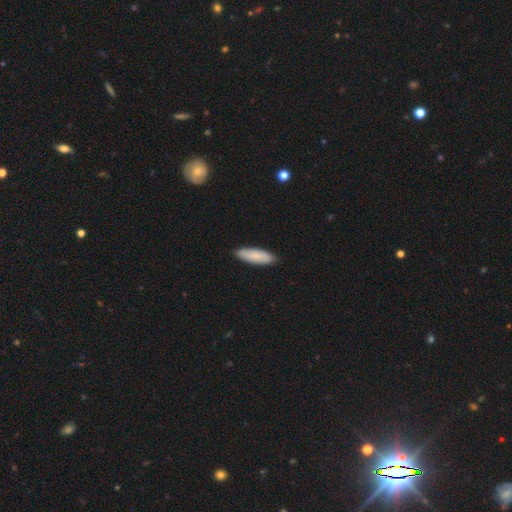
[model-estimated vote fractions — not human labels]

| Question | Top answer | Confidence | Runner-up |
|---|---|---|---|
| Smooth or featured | smooth | 83% | featured or disk (11%) |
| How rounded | in between | 51% | cigar-shaped (48%) |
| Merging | none | 88% | minor disturbance (10%) |